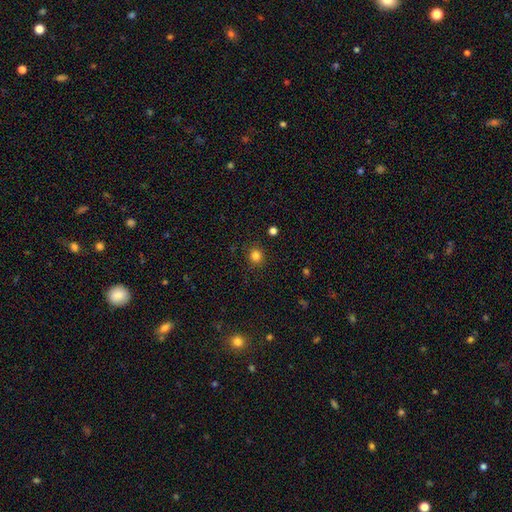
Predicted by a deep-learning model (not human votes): Smooth or featured? smooth (82%)
How rounded? round (89%)
Merging? none (89%)